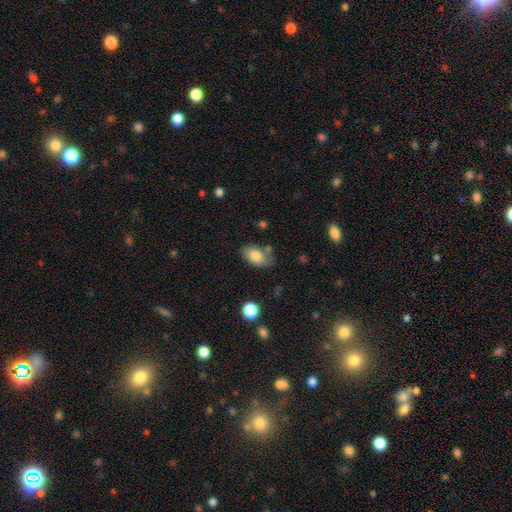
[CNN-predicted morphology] Overall: smooth (80%). How rounded: in between (90%). Merging: none (71%).